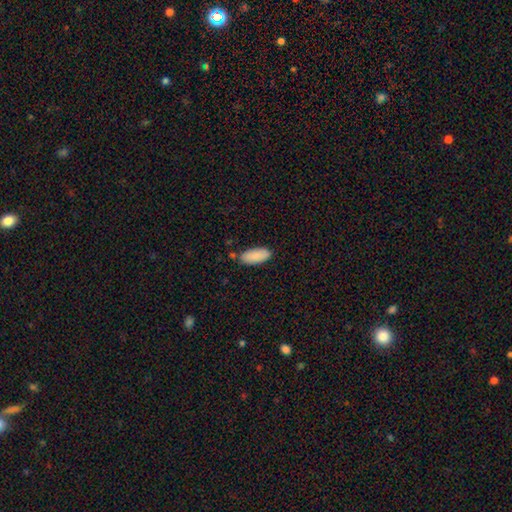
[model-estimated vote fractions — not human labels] Smooth or featured: smooth — 90% (star or artifact — 6%)
How rounded: in between — 85% (cigar-shaped — 13%)
Merging: none — 81% (minor disturbance — 13%)